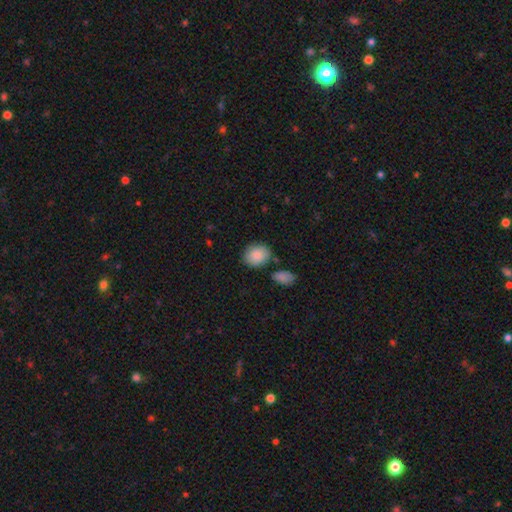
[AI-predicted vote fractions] Smooth or featured? smooth (87%)
How rounded? round (55%)
Merging? none (75%)